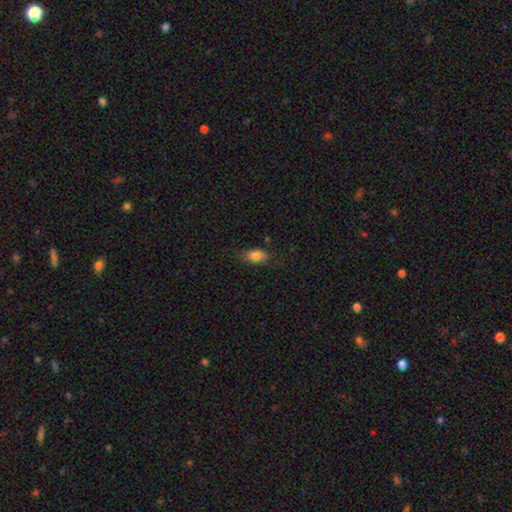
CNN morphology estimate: This is clearly a smooth galaxy (83%). How rounded: clearly in between (87%). Merging: likely none (76%).